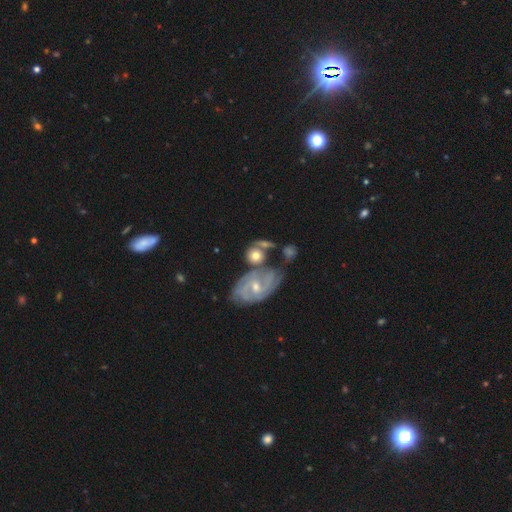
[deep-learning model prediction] This appears to be a featured or disk galaxy (50%). Merging: none (41%).